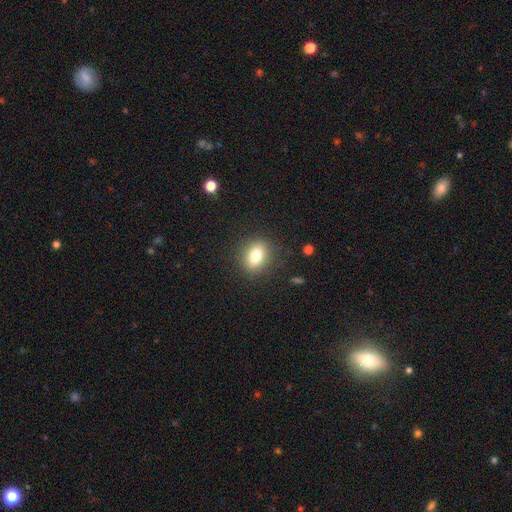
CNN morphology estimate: Smooth or featured?
  - smooth: 79% *
  - featured or disk: 11%
  - star or artifact: 10%
How rounded?
  - in between: 61% *
  - round: 37%
  - cigar-shaped: 3%
Merging?
  - none: 87% *
  - minor disturbance: 9%
  - major disturbance: 3%
  - merger: 1%